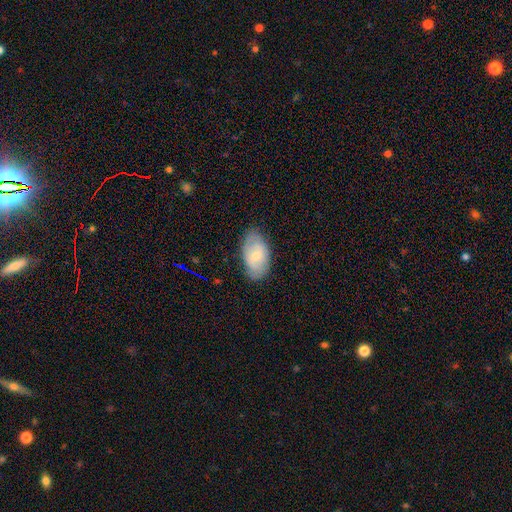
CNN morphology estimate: smooth 56%, featured or disk 37%, star or artifact 7%. Down the decision tree: how rounded — in between (93%); merging — none (77%).